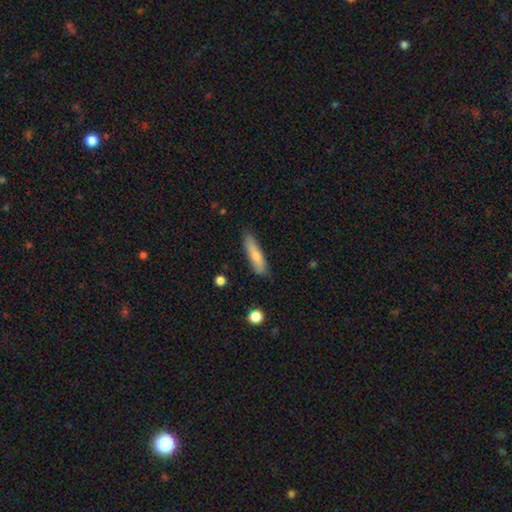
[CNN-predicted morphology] A smooth galaxy with no disk features (70%) that is cigar-shaped (76%).

Vote fractions:
- Smooth or featured? smooth: 70% / featured or disk: 24% / star or artifact: 6%
- How rounded? cigar-shaped: 76% / in between: 23% / round: 2%
- Merging? none: 77% / minor disturbance: 18% / major disturbance: 3% / merger: 2%